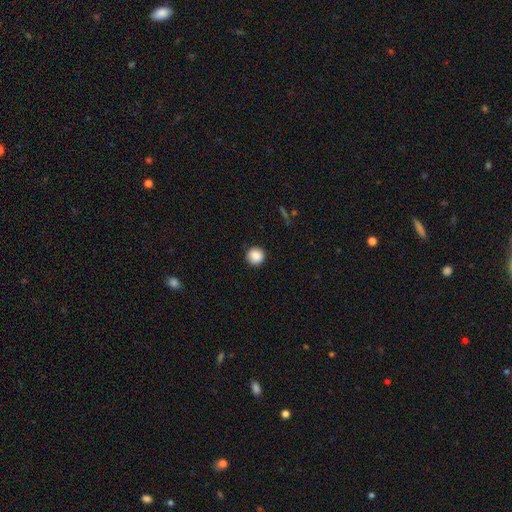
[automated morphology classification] Overall: smooth (87%). How rounded: round (93%). Merging: none (90%).